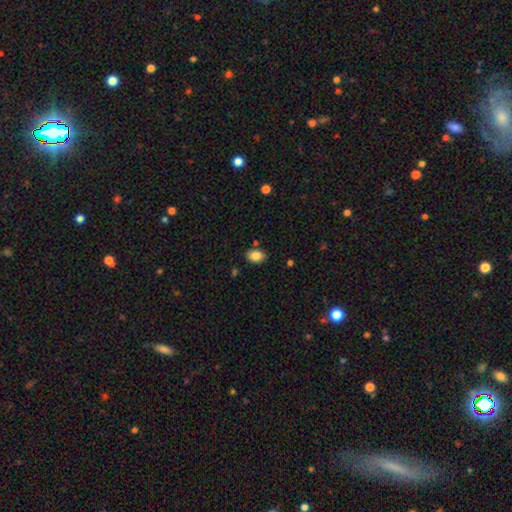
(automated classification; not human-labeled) A smooth galaxy with no disk features (84%) that is in between round and cigar-shaped (83%). Merging: none (84%).